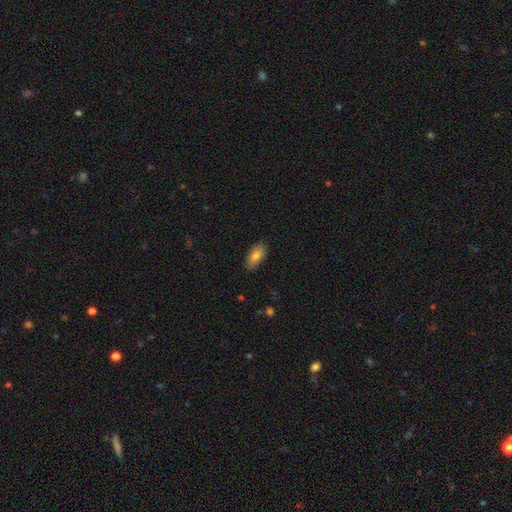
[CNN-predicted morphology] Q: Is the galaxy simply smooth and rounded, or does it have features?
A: smooth — 82%.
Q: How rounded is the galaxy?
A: in between — 89%.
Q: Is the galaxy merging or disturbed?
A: none — 85%.